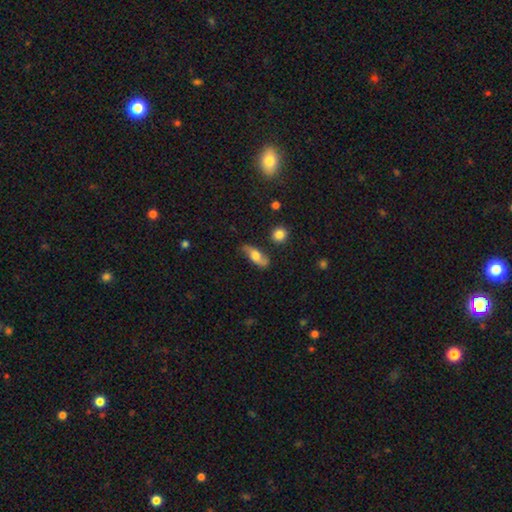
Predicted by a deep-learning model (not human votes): Overall: smooth (52%; featured or disk 40%). How rounded: in between (68%). Merging: none (70%).